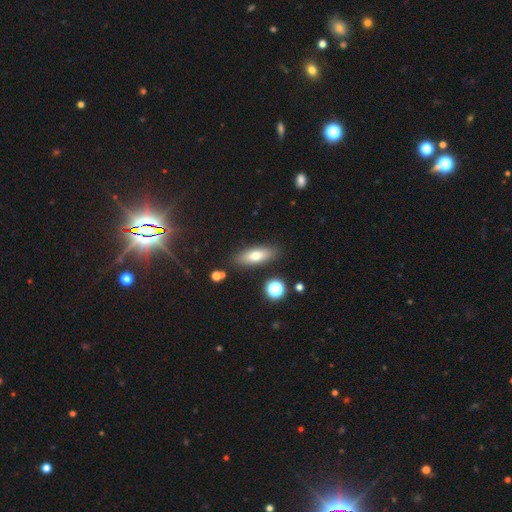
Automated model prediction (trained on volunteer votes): smooth 71%, featured or disk 21%, star or artifact 9%. Down the decision tree: how rounded — in between (64%); merging — none (85%).